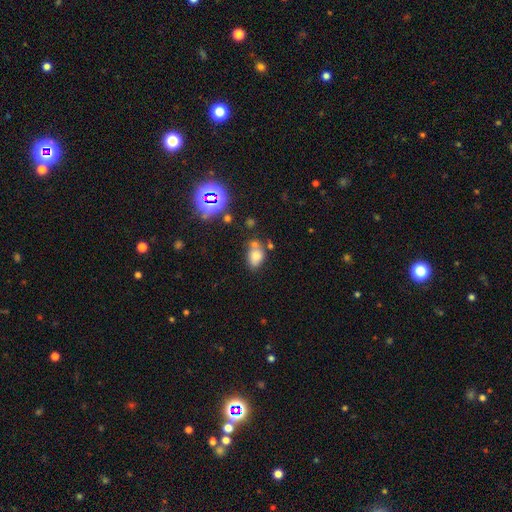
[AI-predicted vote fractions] Smooth or featured? Predicted: smooth (p=0.72). How rounded? Predicted: in between (p=0.79). Merging? Predicted: none (p=0.53).